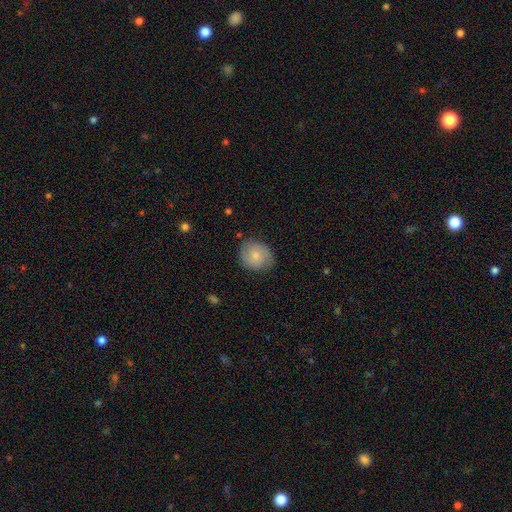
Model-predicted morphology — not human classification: A smooth galaxy with no disk features (73%) that is round (77%). Merging: none (78%).